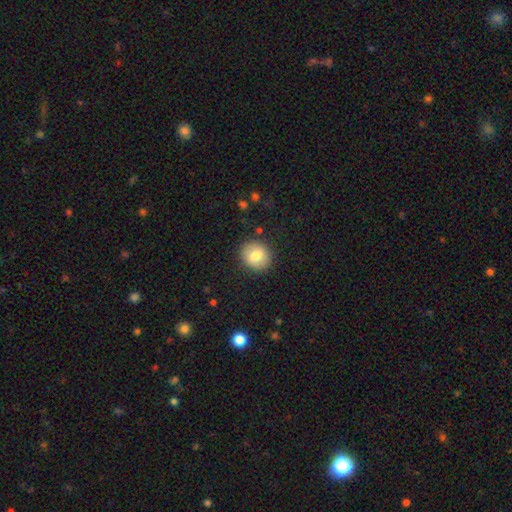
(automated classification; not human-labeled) smooth 76%, featured or disk 15%, star or artifact 8%. Down the decision tree: how rounded — round (81%); merging — none (88%).